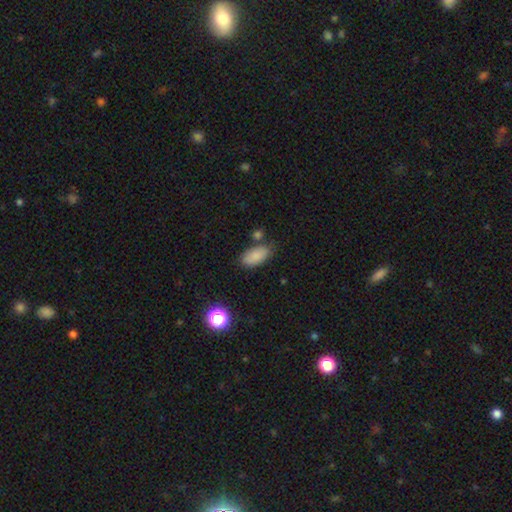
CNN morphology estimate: The model was most divided on "merging": none: 69%, minor disturbance: 18%, merger: 9%, major disturbance: 5%. More confident: how rounded — in between (91%); smooth or featured — smooth (85%).